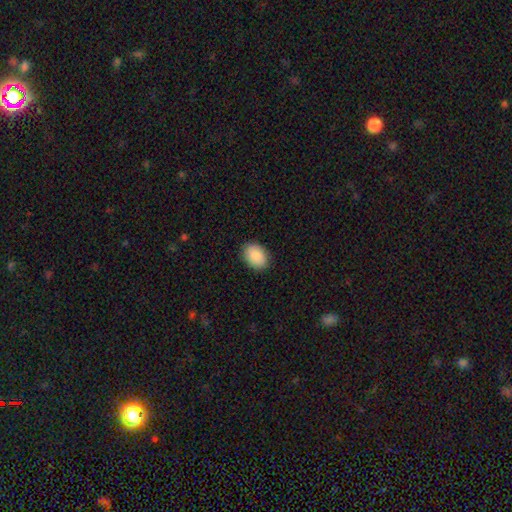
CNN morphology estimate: Smooth or featured? smooth (89%)
How rounded? in between (77%)
Merging? none (89%)